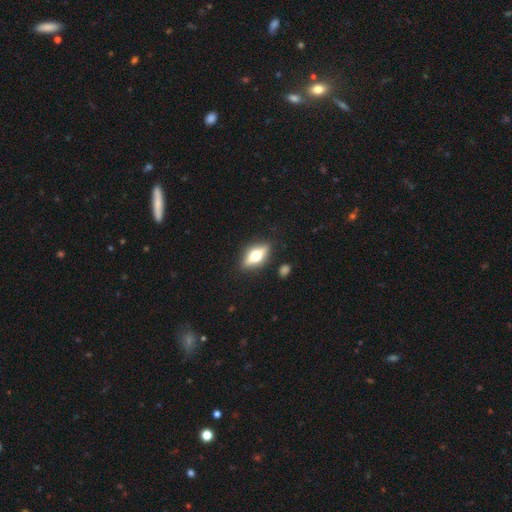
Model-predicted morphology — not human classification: Smooth or featured? Predicted: featured or disk (p=0.54). Edge-on disk? Predicted: yes (p=0.86). Merging? Predicted: none (p=0.85).